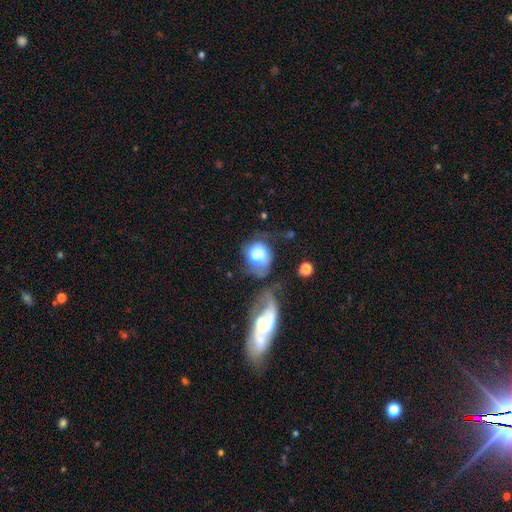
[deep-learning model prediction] Smooth or featured: smooth — 63% (featured or disk — 28%)
How rounded: round — 59% (in between — 40%)
Merging: major disturbance — 32% (merger — 27%)